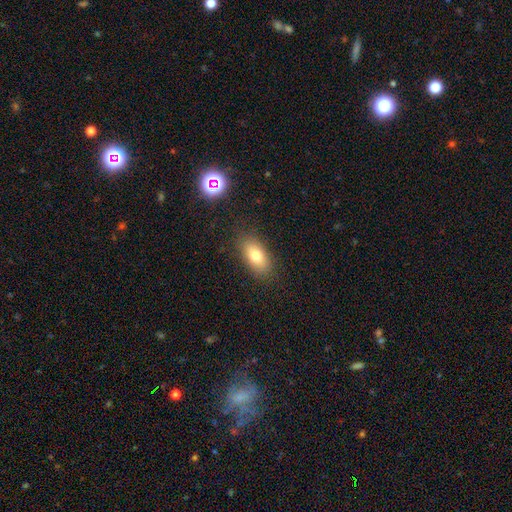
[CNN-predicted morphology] smooth-or-featured: smooth: 75% | featured or disk: 15% | star or artifact: 9%
  how-rounded: in between: 87% | cigar-shaped: 7% | round: 6%
  merging: none: 83% | minor disturbance: 12% | major disturbance: 4% | merger: 2%